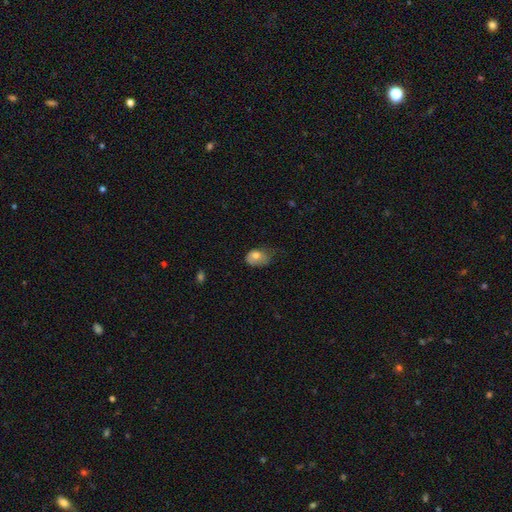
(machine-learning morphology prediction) smooth_or_featured: smooth (p=0.76) [alt: featured or disk p=0.17]
how_rounded: in between (p=0.78) [alt: round p=0.21]
merging: minor disturbance (p=0.43) [alt: major disturbance p=0.28]